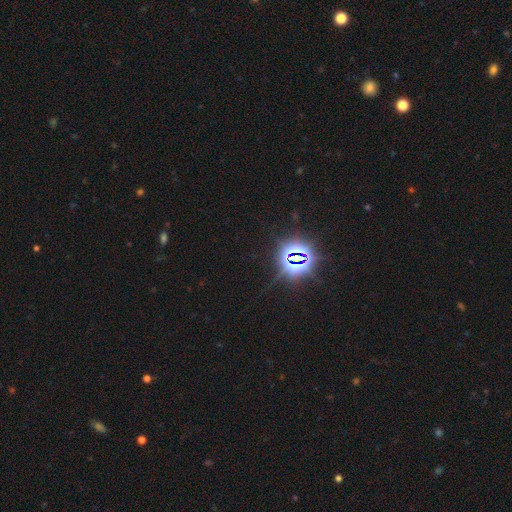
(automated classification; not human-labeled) Morphology: type=star or artifact (83%).